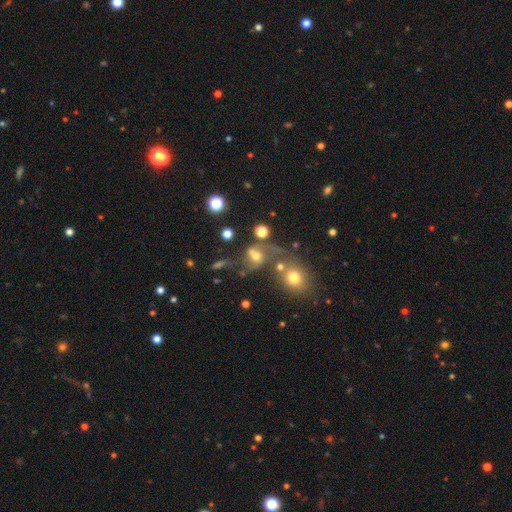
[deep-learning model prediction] The model was most divided on "merging": merger: 40%, none: 29%, major disturbance: 18%, minor disturbance: 14%. Remaining: smooth or featured — smooth (47%).